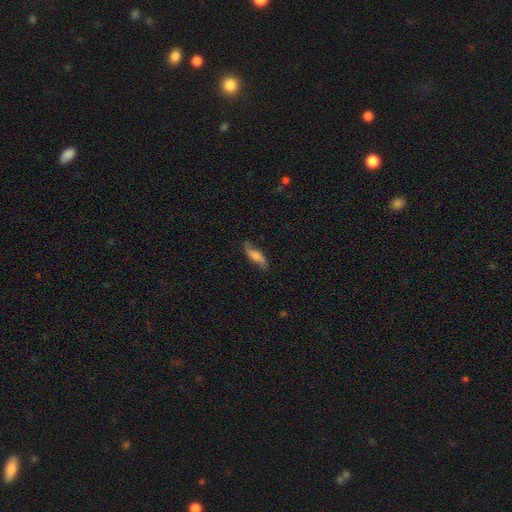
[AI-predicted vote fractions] This appears to be a smooth galaxy with no disk features (51%) that is cigar-shaped (54%). Merging: none (74%).